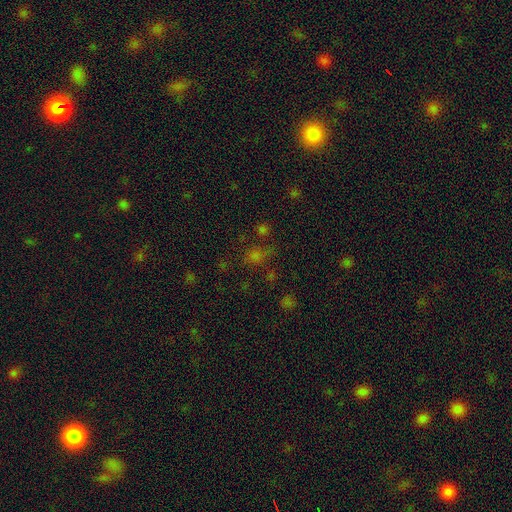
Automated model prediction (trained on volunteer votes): Smooth or featured? Predicted: smooth (p=0.54). How rounded? Predicted: round (p=0.72). Merging? Predicted: none (p=0.64).